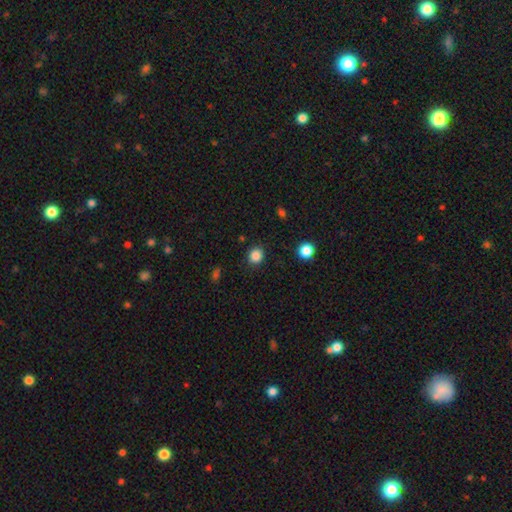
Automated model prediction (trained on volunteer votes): Morphology: type=smooth (85%); roundness=round (79%); merging=none (88%).